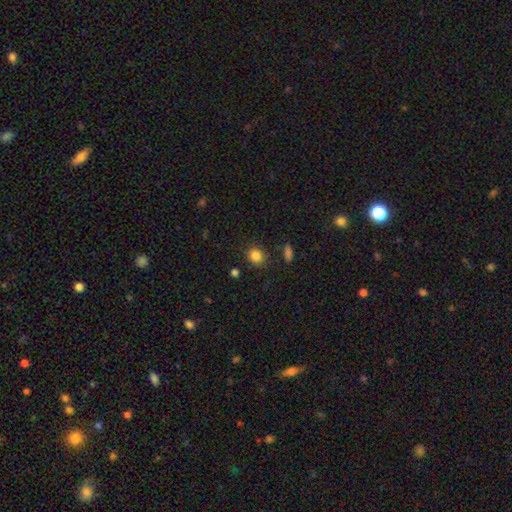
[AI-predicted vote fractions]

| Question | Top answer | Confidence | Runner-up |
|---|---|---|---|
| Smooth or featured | smooth | 85% | star or artifact (11%) |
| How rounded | round | 80% | in between (19%) |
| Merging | none | 85% | minor disturbance (9%) |